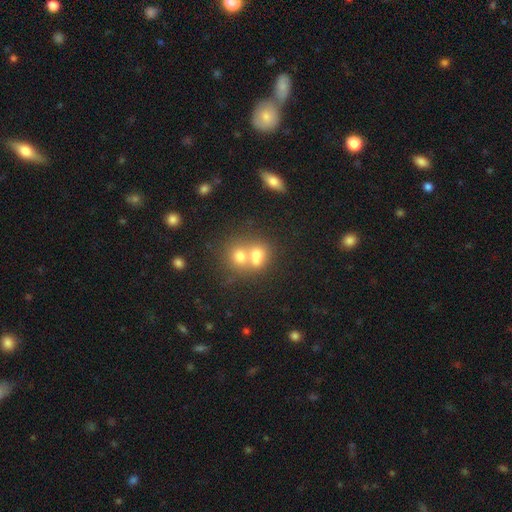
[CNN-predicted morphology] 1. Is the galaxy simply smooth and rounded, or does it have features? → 66% smooth, 21% featured or disk, 14% star or artifact.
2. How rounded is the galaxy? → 55% round, 43% in between, 2% cigar-shaped.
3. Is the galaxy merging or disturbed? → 62% merger, 28% none, 7% minor disturbance, 4% major disturbance.